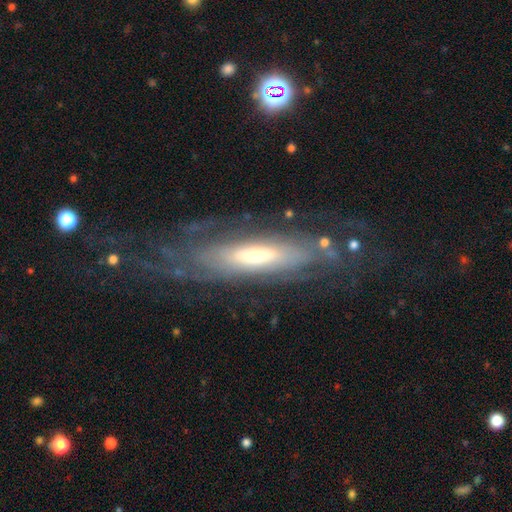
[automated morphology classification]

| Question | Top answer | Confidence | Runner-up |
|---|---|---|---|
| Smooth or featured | featured or disk | 79% | smooth (14%) |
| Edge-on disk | no | 74% | yes (26%) |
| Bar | no | 55% | weak (31%) |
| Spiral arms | yes | 86% | no (14%) |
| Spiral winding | tight | 61% | medium (29%) |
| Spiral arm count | can't tell | 65% | 2 (12%) |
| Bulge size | moderate | 48% | small (26%) |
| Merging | none | 65% | minor disturbance (18%) |